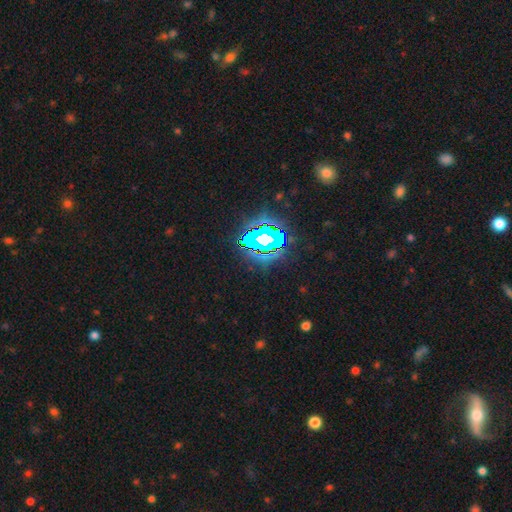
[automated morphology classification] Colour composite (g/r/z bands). It shows a star or artifact, not a galaxy (82%).